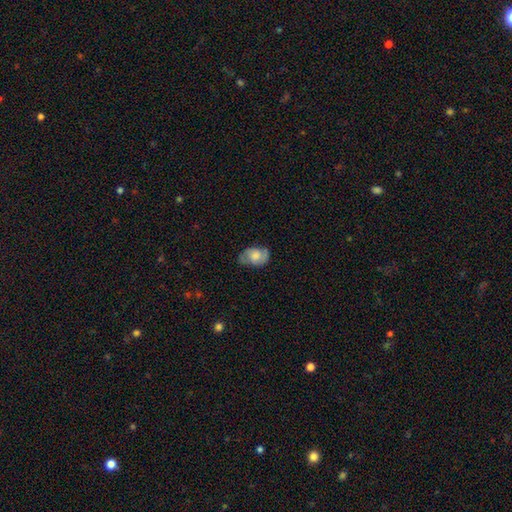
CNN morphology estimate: This is possibly a smooth galaxy (52%). How rounded: clearly in between (81%). Merging: likely none (63%).